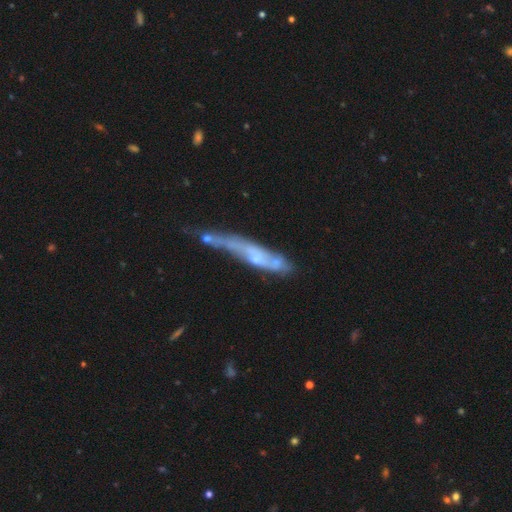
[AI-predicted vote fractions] Overall: featured or disk (60%; smooth 31%). Edge-on disk: no (53%; yes 47%). Merging: none (27%; merger 25%).